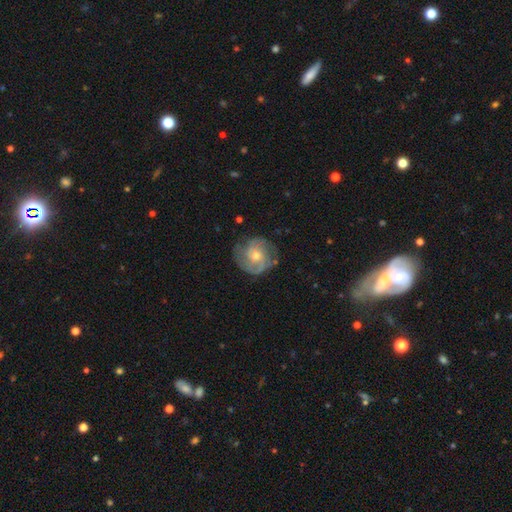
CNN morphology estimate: Smooth or featured? Predicted: featured or disk (p=0.79). Edge-on disk? Predicted: no (p=0.98). Bar? Predicted: no (p=0.69). Spiral arms? Predicted: yes (p=0.93). Spiral winding? Predicted: tight (p=0.49). Spiral arm count? Predicted: 2 (p=0.39). Bulge size? Predicted: moderate (p=0.55). Merging? Predicted: none (p=0.73).